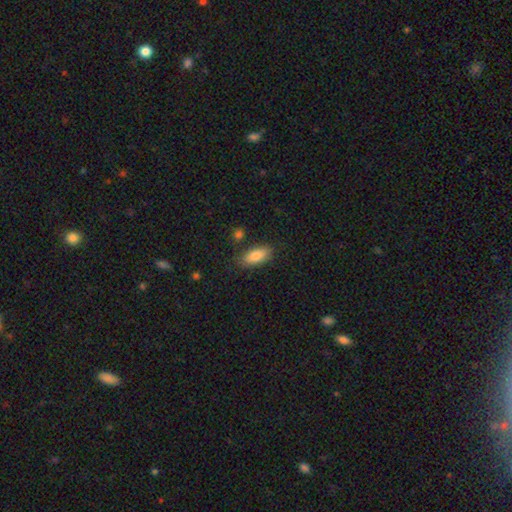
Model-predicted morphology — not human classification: The model was most divided on "merging": none: 80%, minor disturbance: 13%, merger: 4%, major disturbance: 3%. More confident: smooth or featured — smooth (85%); how rounded — in between (83%).